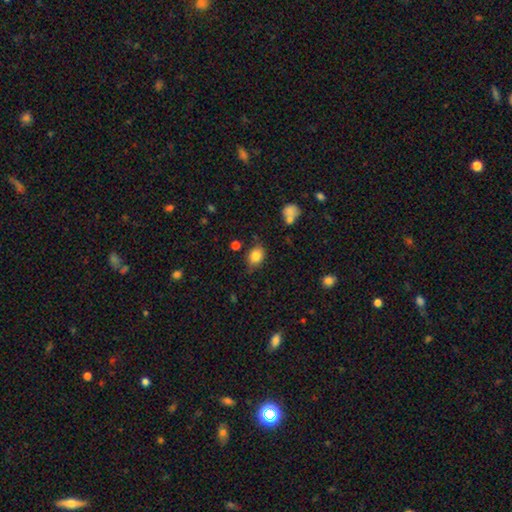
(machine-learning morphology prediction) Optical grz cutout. It shows a smooth galaxy with no disk features (83%) that is in between round and cigar-shaped (65%). Merging: none (71%).